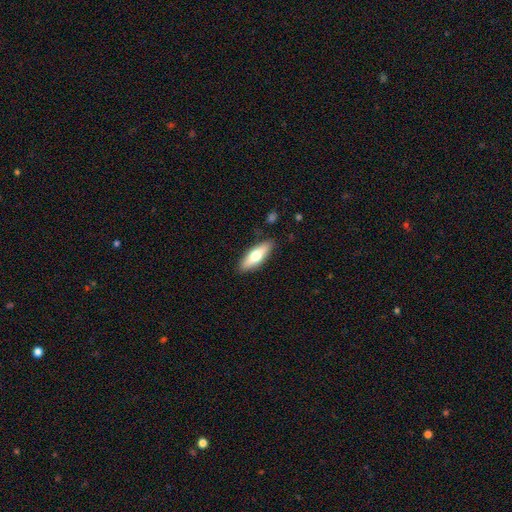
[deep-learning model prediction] Q: Smooth or featured?
A: smooth (63%); runner-up: featured or disk (32%)
Q: How rounded?
A: in between (57%); runner-up: cigar-shaped (41%)
Q: Merging?
A: none (86%); runner-up: minor disturbance (10%)